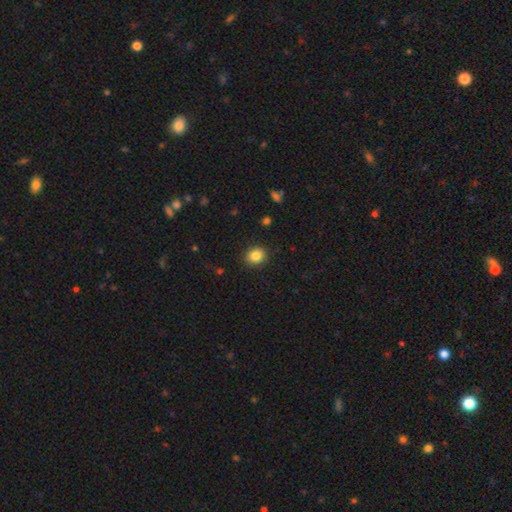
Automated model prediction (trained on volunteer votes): Morphology: type=smooth (85%); roundness=round (69%); merging=none (89%).